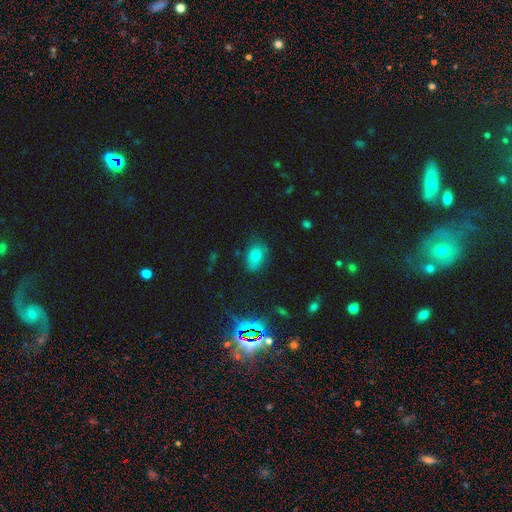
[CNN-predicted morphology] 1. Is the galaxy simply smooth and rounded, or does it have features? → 72% smooth, 15% star or artifact, 12% featured or disk.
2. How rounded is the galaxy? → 82% in between, 16% round, 2% cigar-shaped.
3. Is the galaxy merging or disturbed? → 70% none, 22% minor disturbance, 6% major disturbance, 2% merger.